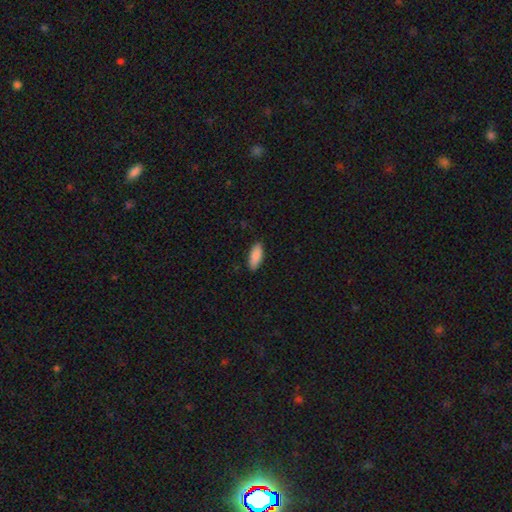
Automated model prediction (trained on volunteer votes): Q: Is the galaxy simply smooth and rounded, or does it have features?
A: smooth — 90%.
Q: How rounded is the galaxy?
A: in between — 81%.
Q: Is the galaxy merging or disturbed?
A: none — 88%.